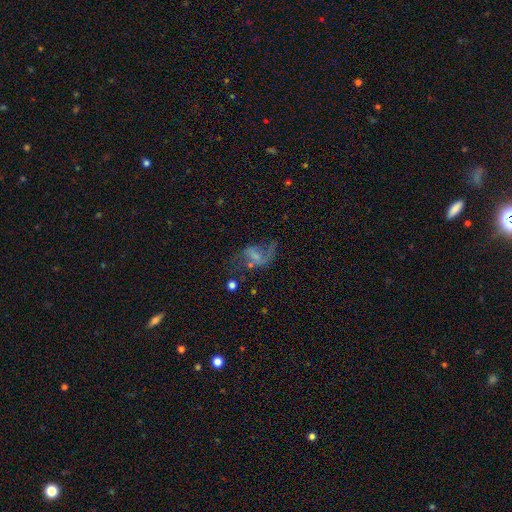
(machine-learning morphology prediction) This is possibly a featured or disk galaxy (59%). It is clearly not viewed edge-on (96%). Bar: marginally no (43%). Spiral arm pattern: likely yes (67%). Central bulge: marginally none (44%). Merging: marginally none (37%, tied with major disturbance).